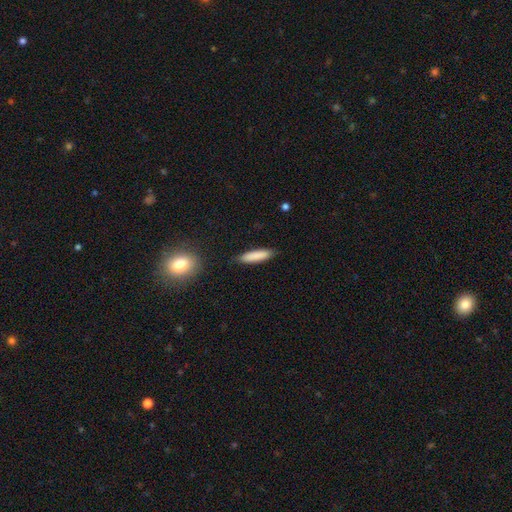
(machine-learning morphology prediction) This appears to be a smooth galaxy with no disk features (85%) that is cigar-shaped (76%). Merging: none (86%).